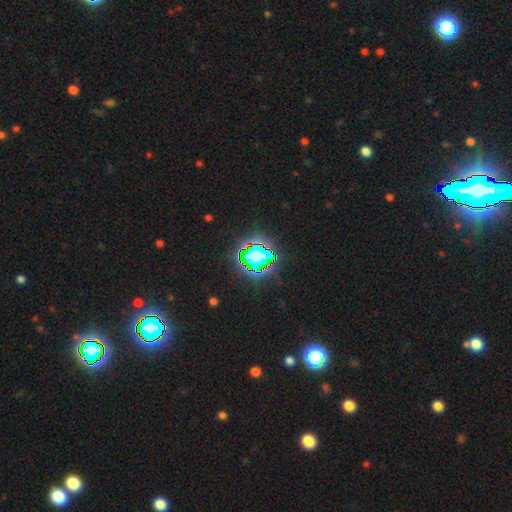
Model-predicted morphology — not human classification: Q: Smooth or featured?
A: star or artifact (64%); runner-up: smooth (22%)